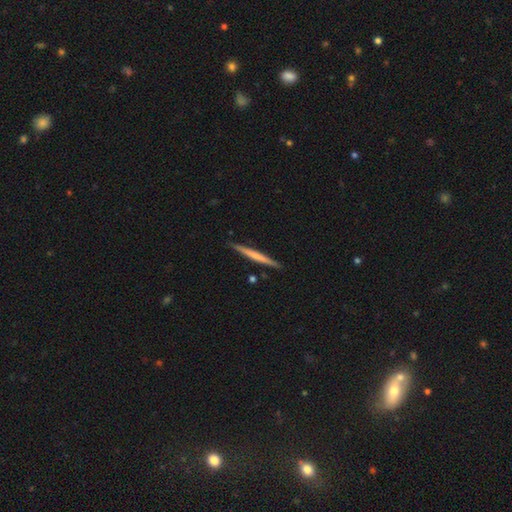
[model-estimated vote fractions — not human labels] smooth-or-featured: smooth: 51% | featured or disk: 44% | star or artifact: 5%
  how-rounded: cigar-shaped: 97% | in between: 2% | round: 1%
  merging: none: 89% | minor disturbance: 8% | merger: 2% | major disturbance: 1%